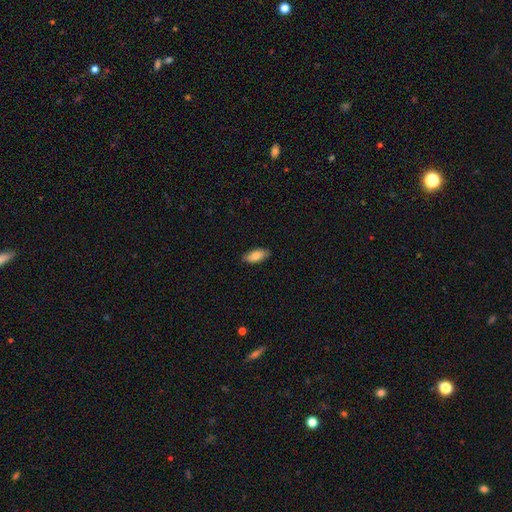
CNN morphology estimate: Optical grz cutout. It shows a smooth galaxy with no disk features (80%) that is in between round and cigar-shaped (88%). Merging: none (86%).